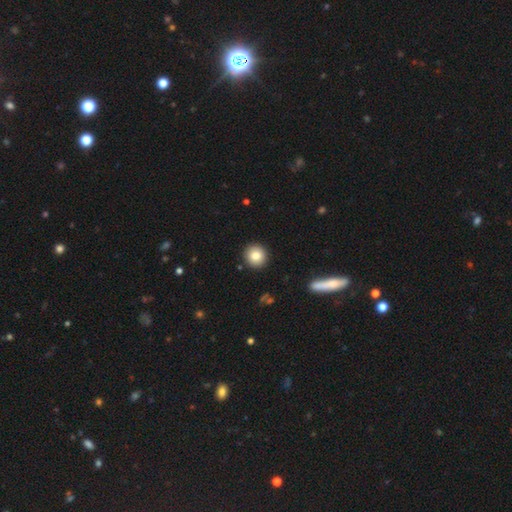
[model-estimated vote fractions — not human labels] Smooth or featured? Predicted: smooth (p=0.83). How rounded? Predicted: round (p=0.92). Merging? Predicted: none (p=0.92).